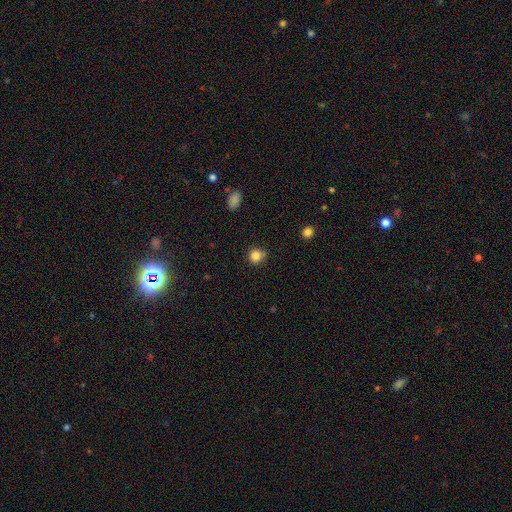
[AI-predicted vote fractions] Morphology: type=smooth (84%); roundness=round (89%); merging=none (76%).